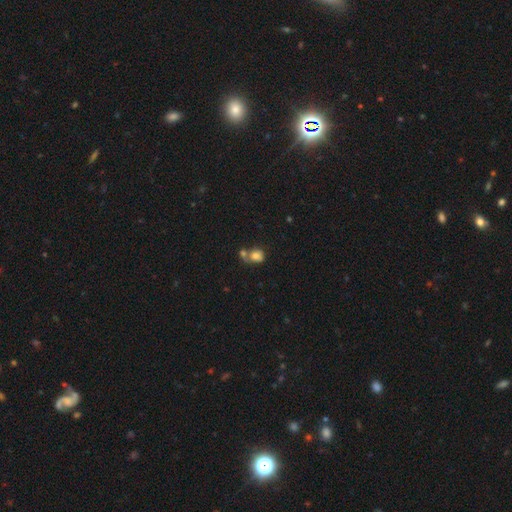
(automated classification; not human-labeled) Smooth or featured: smooth — 78% (featured or disk — 11%)
How rounded: round — 59% (in between — 40%)
Merging: merger — 46% (none — 35%)